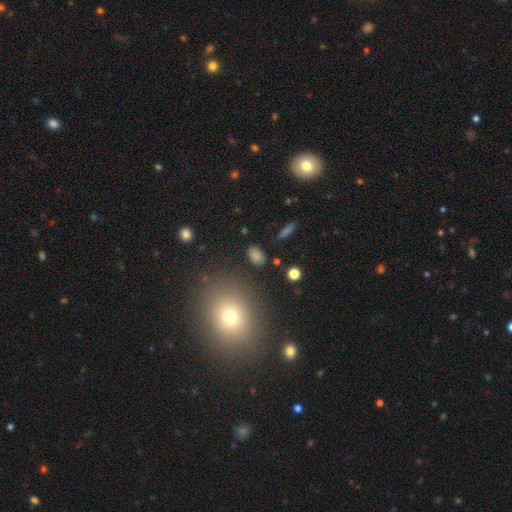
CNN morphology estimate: This appears to be a smooth galaxy with no disk features (68%) that is in between round and cigar-shaped (76%). Merging: none (82%).